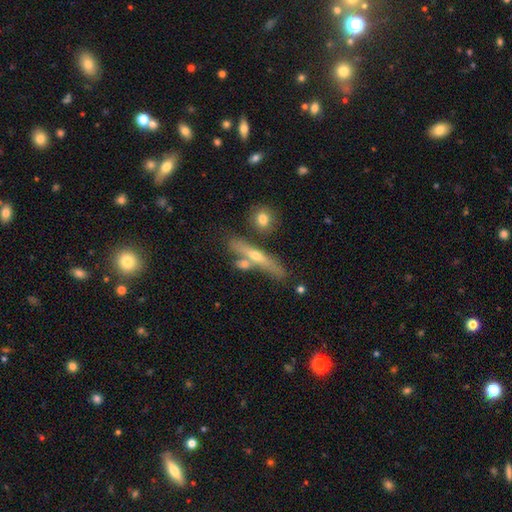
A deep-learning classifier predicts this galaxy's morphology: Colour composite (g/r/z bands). It shows a featured or disk galaxy (58%) viewed edge-on (88%) with a rounded central bulge (80%). Merging: none (64%).